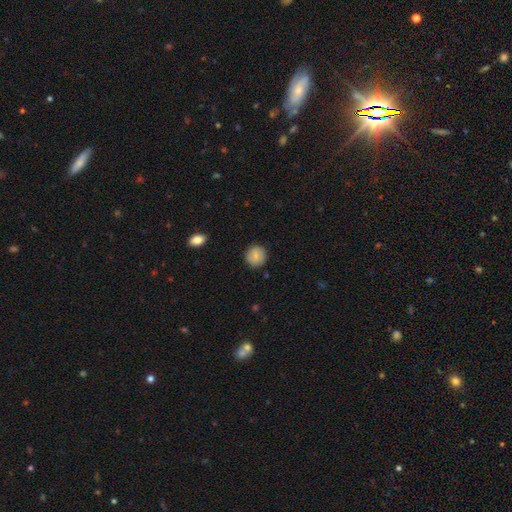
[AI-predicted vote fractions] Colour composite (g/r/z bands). It shows a smooth galaxy with no disk features (78%) that is round (90%). Merging: none (88%).